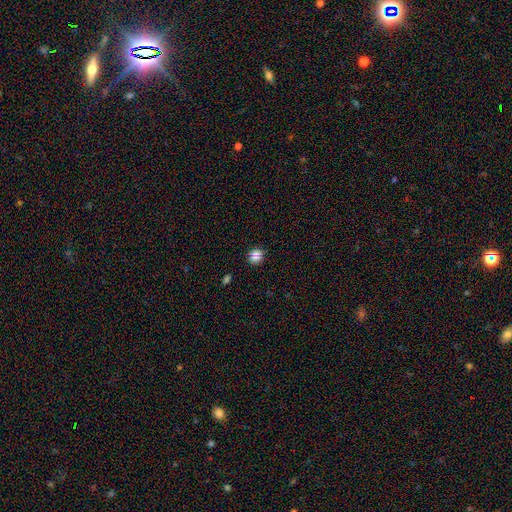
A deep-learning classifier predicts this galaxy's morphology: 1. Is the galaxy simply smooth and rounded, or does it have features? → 83% smooth, 12% star or artifact, 5% featured or disk.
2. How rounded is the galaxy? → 79% round, 20% in between, 1% cigar-shaped.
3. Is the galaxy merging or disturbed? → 82% none, 12% minor disturbance, 4% merger, 3% major disturbance.